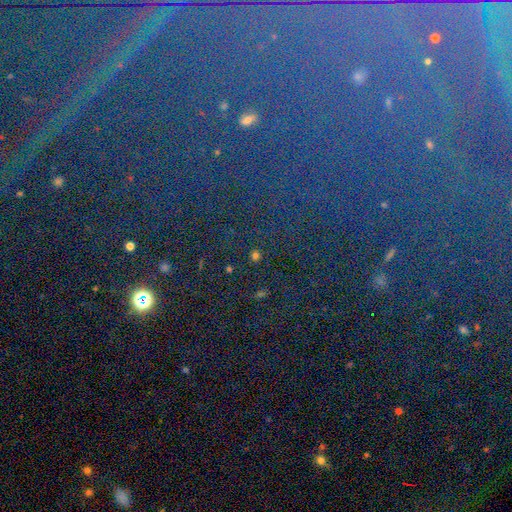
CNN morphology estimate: star or artifact 72%, smooth 19%, featured or disk 8%.